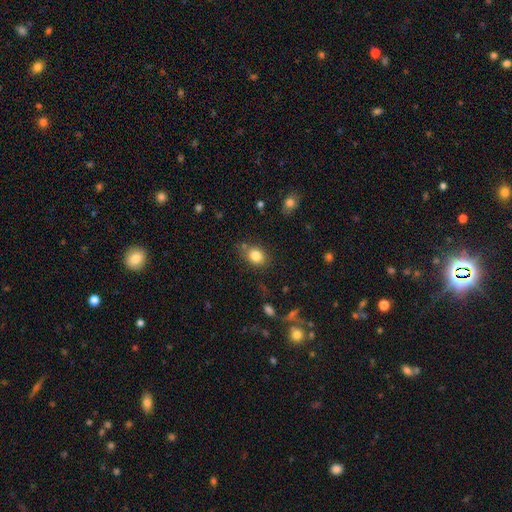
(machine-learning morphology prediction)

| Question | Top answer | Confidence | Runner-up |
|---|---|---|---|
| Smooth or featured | smooth | 83% | star or artifact (10%) |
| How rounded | in between | 60% | round (39%) |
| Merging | none | 74% | minor disturbance (17%) |